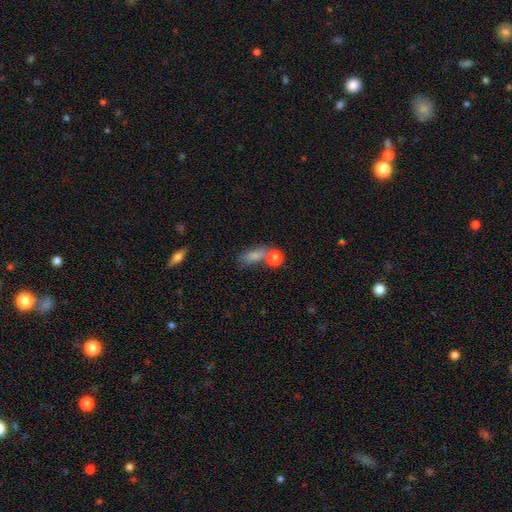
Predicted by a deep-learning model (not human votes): This appears to be a smooth galaxy with no disk features (77%) that is in between round and cigar-shaped (64%). Merging: none (46%).